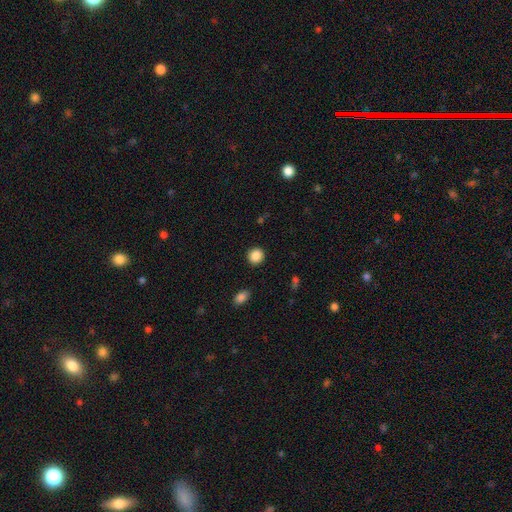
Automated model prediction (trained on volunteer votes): smooth_or_featured: smooth (p=0.88) [alt: star or artifact p=0.09]
how_rounded: round (p=0.89) [alt: in between p=0.10]
merging: none (p=0.91) [alt: minor disturbance p=0.06]